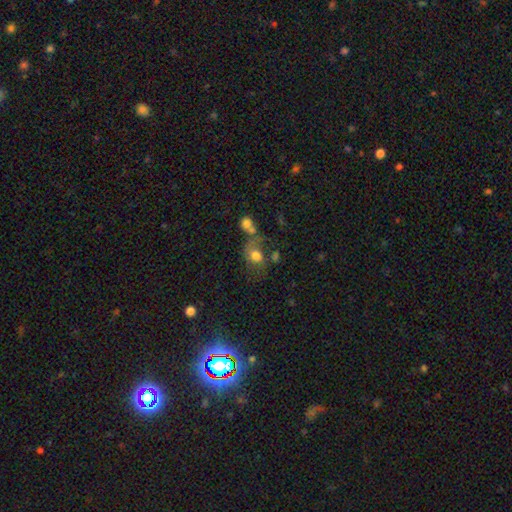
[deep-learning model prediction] Smooth or featured: smooth — 69% (featured or disk — 20%)
How rounded: in between — 55% (round — 44%)
Merging: none — 33% (merger — 28%)